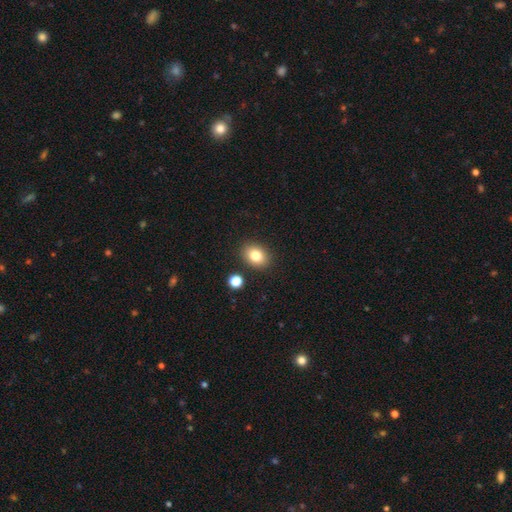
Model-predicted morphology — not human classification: A smooth galaxy with no disk features (81%) that is in between round and cigar-shaped (66%).

Vote fractions:
- Smooth or featured? smooth: 81% / star or artifact: 10% / featured or disk: 9%
- How rounded? in between: 66% / round: 33% / cigar-shaped: 1%
- Merging? none: 86% / minor disturbance: 8% / merger: 3% / major disturbance: 2%